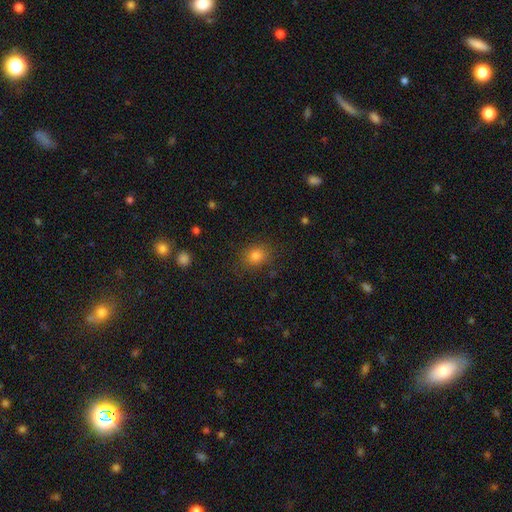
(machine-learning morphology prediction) The model was most divided on "how rounded": round: 57%, in between: 42%, cigar-shaped: 1%. More confident: merging — none (84%); smooth or featured — smooth (81%).